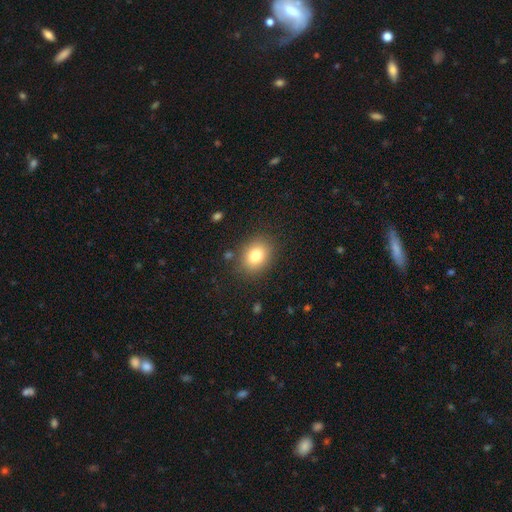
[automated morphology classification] Smooth or featured: smooth — 78% (star or artifact — 11%)
How rounded: round — 56% (in between — 44%)
Merging: none — 85% (minor disturbance — 9%)